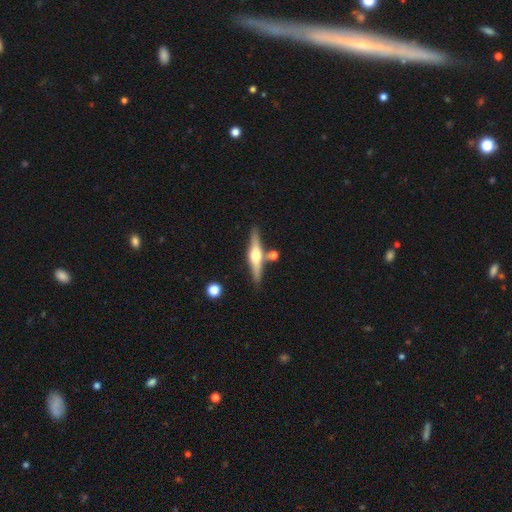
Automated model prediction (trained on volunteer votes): Q: Smooth or featured?
A: featured or disk (72%); runner-up: smooth (23%)
Q: Edge-on disk?
A: yes (97%); runner-up: no (3%)
Q: Edge-on bulge?
A: rounded (94%); runner-up: boxy (4%)
Q: Merging?
A: none (80%); runner-up: minor disturbance (9%)